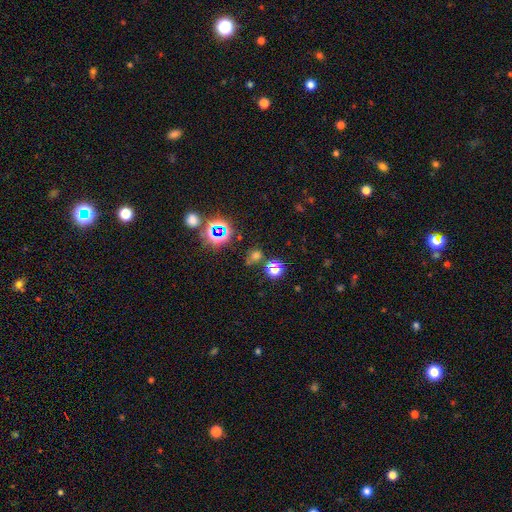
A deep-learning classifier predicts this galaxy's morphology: This appears to be a smooth galaxy with no disk features (48%). Merging: none (65%).